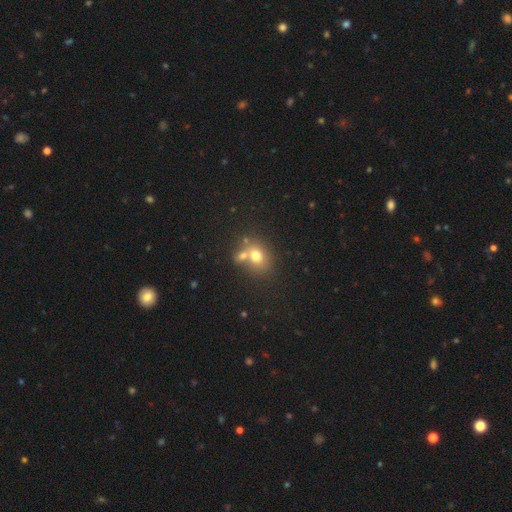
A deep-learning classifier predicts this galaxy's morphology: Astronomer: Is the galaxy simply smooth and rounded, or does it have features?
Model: smooth — 72%.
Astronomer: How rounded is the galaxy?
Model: round — 52% (runner-up: in between, 47%).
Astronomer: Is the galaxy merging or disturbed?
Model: merger — 45% (runner-up: none, 39%).